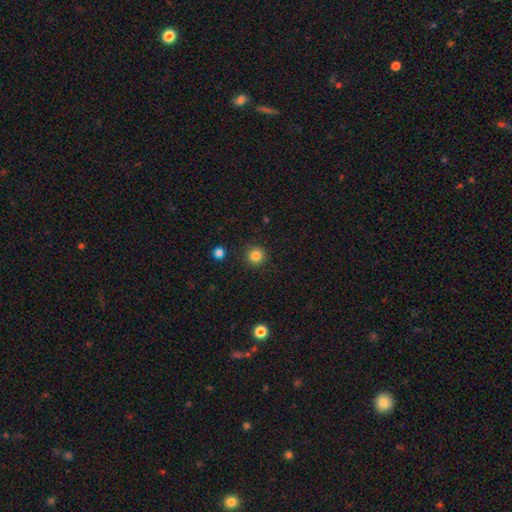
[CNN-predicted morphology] smooth 84%, star or artifact 12%, featured or disk 4%. Down the decision tree: how rounded — round (94%); merging — none (91%).